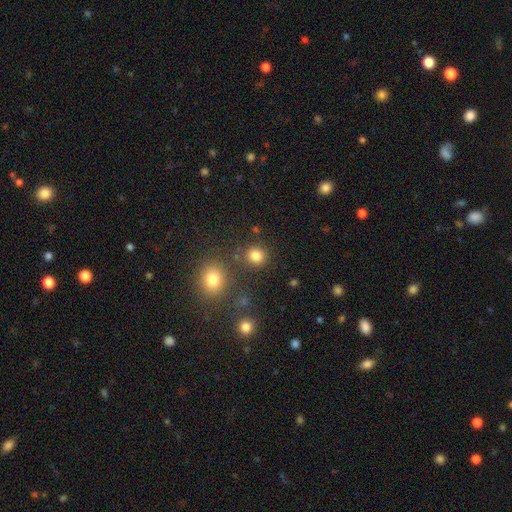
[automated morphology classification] The model was most divided on "smooth or featured": smooth: 82%, star or artifact: 13%, featured or disk: 5%. More confident: how rounded — round (85%); merging — none (81%).